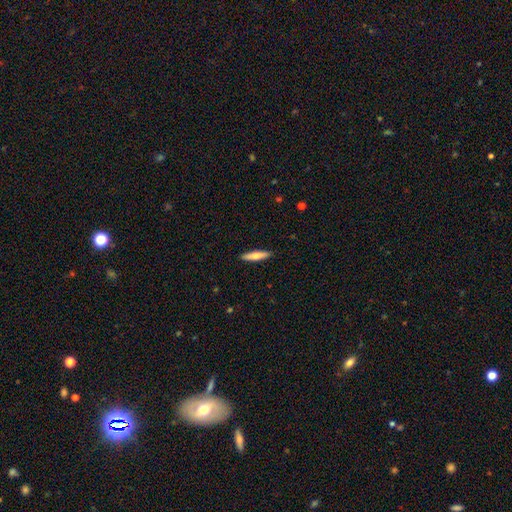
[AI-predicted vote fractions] Smooth or featured: smooth — 69% (featured or disk — 26%)
How rounded: cigar-shaped — 83% (in between — 15%)
Merging: none — 91% (minor disturbance — 7%)